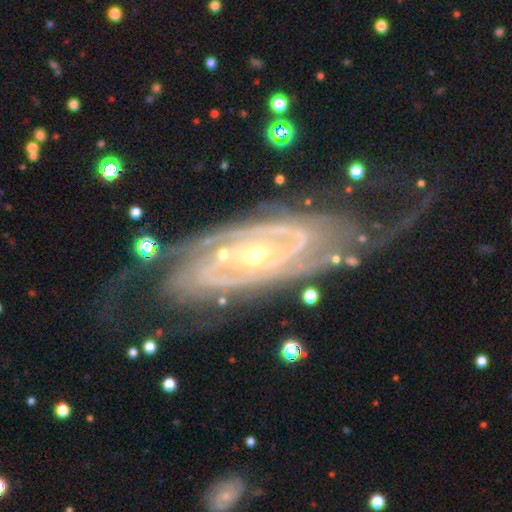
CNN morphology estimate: Smooth or featured?
  - featured or disk: 91% *
  - star or artifact: 5%
  - smooth: 4%
Edge-on disk?
  - no: 94% *
  - yes: 6%
Bar?
  - no: 53% *
  - weak: 26%
  - strong: 20%
Spiral arms?
  - yes: 97% *
  - no: 3%
Spiral winding?
  - tight: 69% *
  - medium: 24%
  - loose: 6%
Spiral arm count?
  - 2: 51% *
  - can't tell: 19%
  - 3: 12%
  - 4: 7%
  - more than 4: 5%
  - 1: 5%
Bulge size?
  - small: 63% *
  - moderate: 33%
  - large: 1%
  - none: 1%
  - dominant: 1%
Merging?
  - none: 60% *
  - minor disturbance: 21%
  - major disturbance: 16%
  - merger: 3%